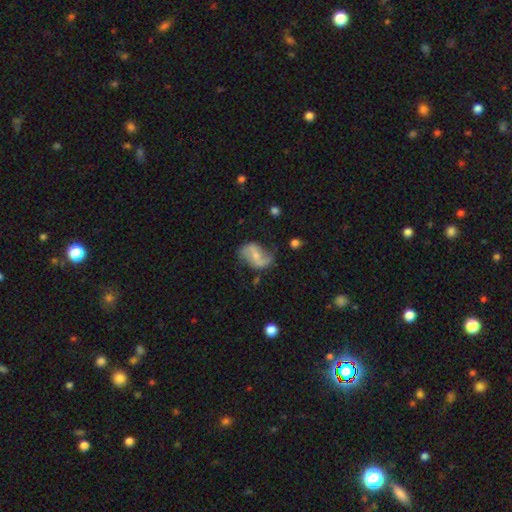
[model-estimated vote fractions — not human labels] Smooth or featured? featured or disk (75%)
Edge-on disk? no (97%)
Bar? weak (42%)
Spiral arms? yes (90%)
Spiral winding? loose (66%)
Spiral arm count? 2 (87%)
Bulge size? small (56%)
Merging? none (63%)